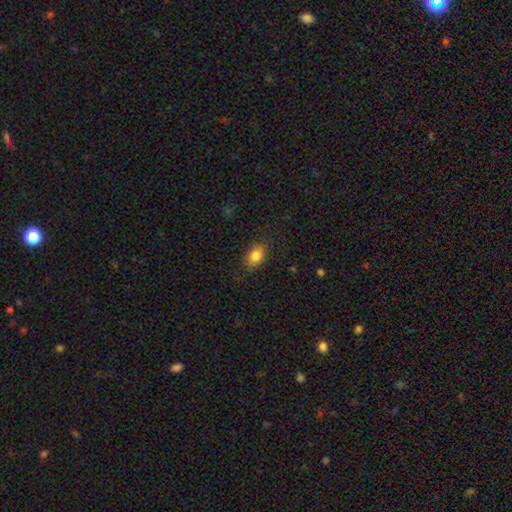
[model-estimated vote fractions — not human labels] smooth_or_featured: smooth (p=0.83) [alt: star or artifact p=0.09]
how_rounded: in between (p=0.79) [alt: round p=0.19]
merging: none (p=0.83) [alt: minor disturbance p=0.13]